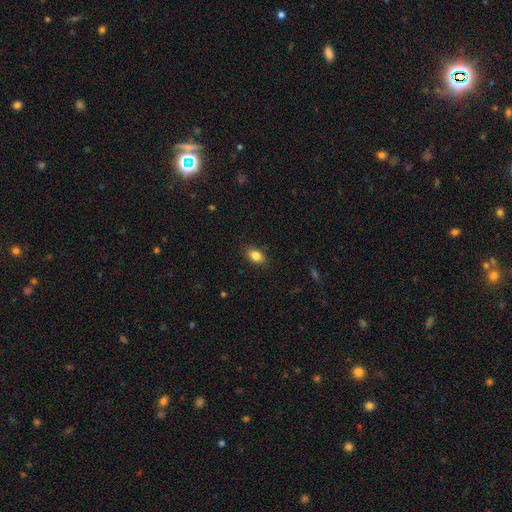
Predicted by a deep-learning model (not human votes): This is clearly a smooth galaxy (84%). How rounded: clearly in between (83%). Merging: clearly none (87%).